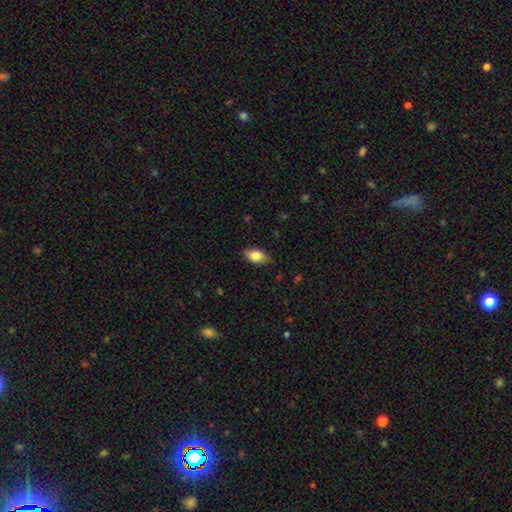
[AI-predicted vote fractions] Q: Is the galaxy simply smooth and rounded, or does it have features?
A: smooth — 82%.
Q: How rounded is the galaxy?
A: in between — 90%.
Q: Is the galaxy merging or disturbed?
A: none — 83%.